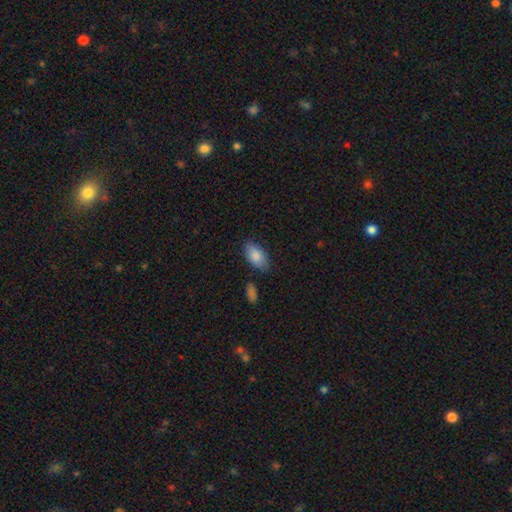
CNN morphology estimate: smooth_or_featured: smooth (p=0.85) [alt: featured or disk p=0.08]
how_rounded: in between (p=0.93) [alt: round p=0.04]
merging: none (p=0.73) [alt: minor disturbance p=0.19]